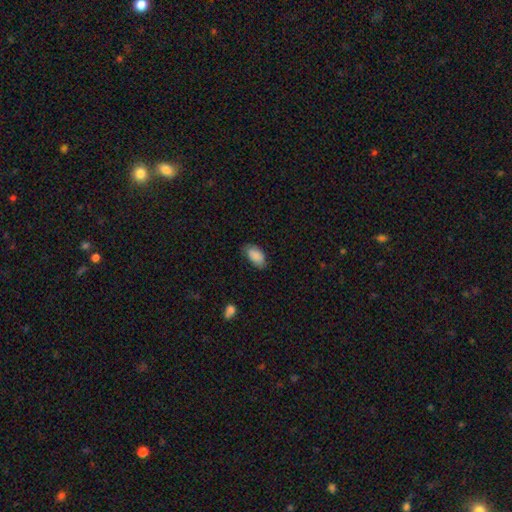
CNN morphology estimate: smooth_or_featured: smooth (p=0.85) [alt: featured or disk p=0.09]
how_rounded: in between (p=0.94) [alt: round p=0.04]
merging: none (p=0.70) [alt: minor disturbance p=0.24]